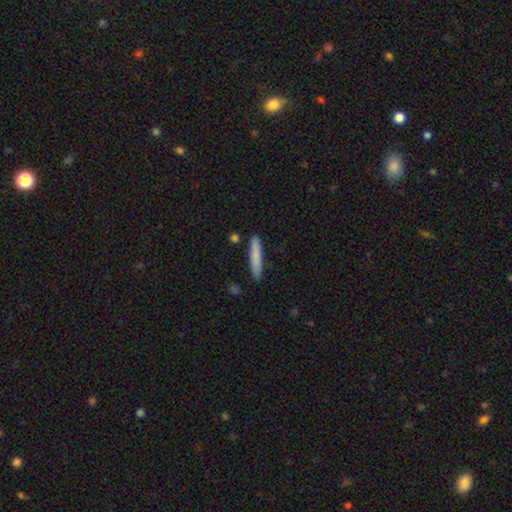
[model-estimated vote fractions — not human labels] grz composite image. It shows a smooth galaxy with no disk features (78%) that is cigar-shaped (93%). Merging: none (87%).